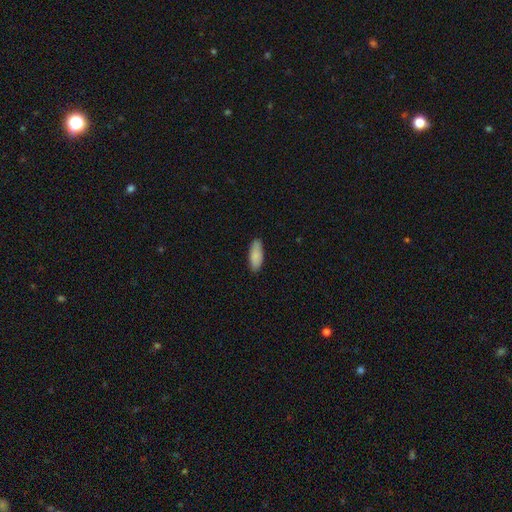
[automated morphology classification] smooth_or_featured: smooth (p=0.88) [alt: featured or disk p=0.07]
how_rounded: in between (p=0.79) [alt: cigar-shaped p=0.19]
merging: none (p=0.86) [alt: minor disturbance p=0.11]